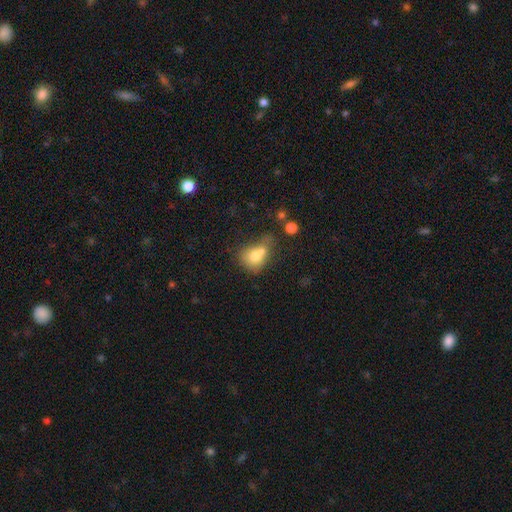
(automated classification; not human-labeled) Overall: smooth (71%). How rounded: round (59%; in between 39%). Merging: merger (54%; none 23%).